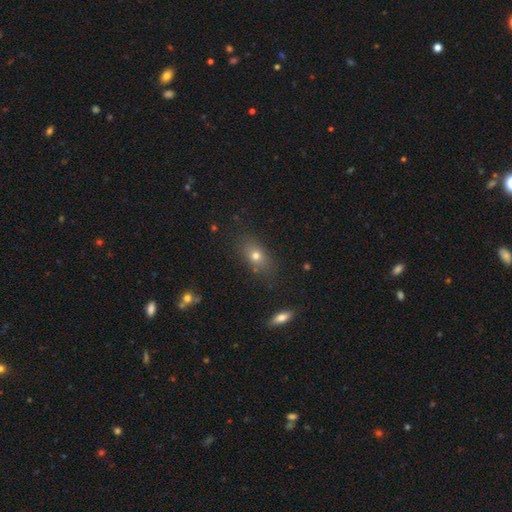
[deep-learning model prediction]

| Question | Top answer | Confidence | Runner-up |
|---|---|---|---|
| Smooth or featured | smooth | 72% | featured or disk (15%) |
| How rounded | in between | 74% | round (21%) |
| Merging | none | 78% | minor disturbance (14%) |